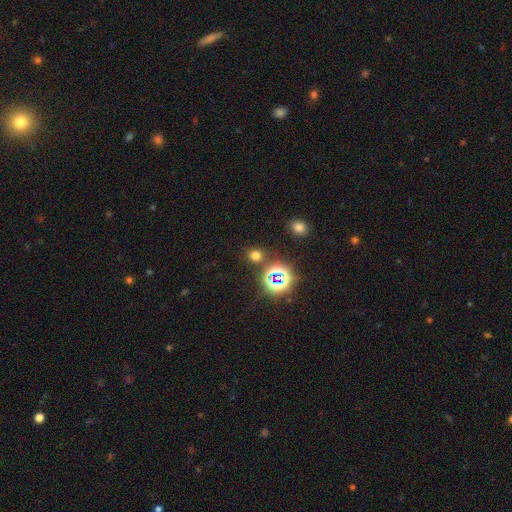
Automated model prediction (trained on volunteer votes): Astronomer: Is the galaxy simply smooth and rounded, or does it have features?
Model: smooth — 61%.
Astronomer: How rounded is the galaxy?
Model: round — 82%.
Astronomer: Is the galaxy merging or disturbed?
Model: none — 82%.